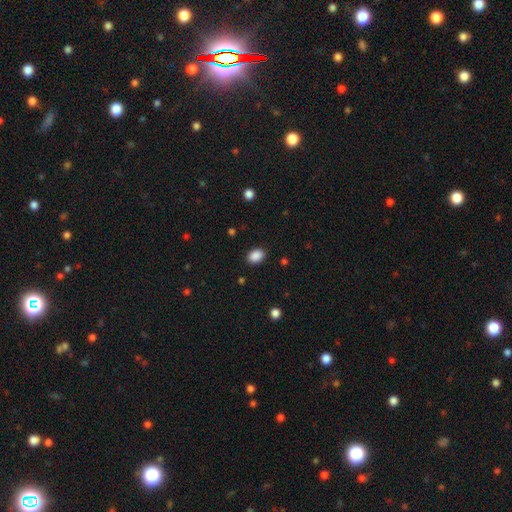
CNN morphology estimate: Smooth or featured? smooth (89%)
How rounded? in between (78%)
Merging? none (88%)